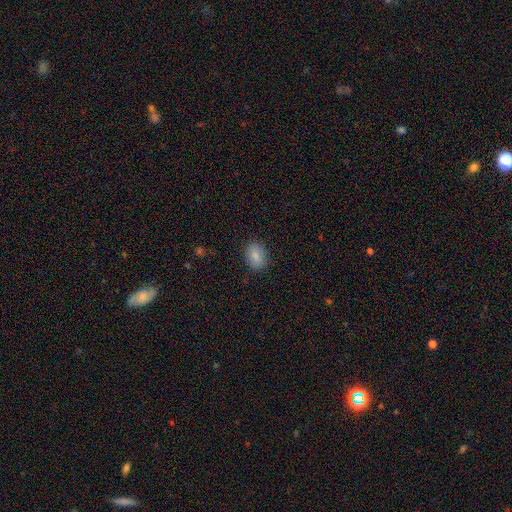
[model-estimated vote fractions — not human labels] Smooth or featured? Predicted: smooth (p=0.86). How rounded? Predicted: in between (p=0.76). Merging? Predicted: none (p=0.86).